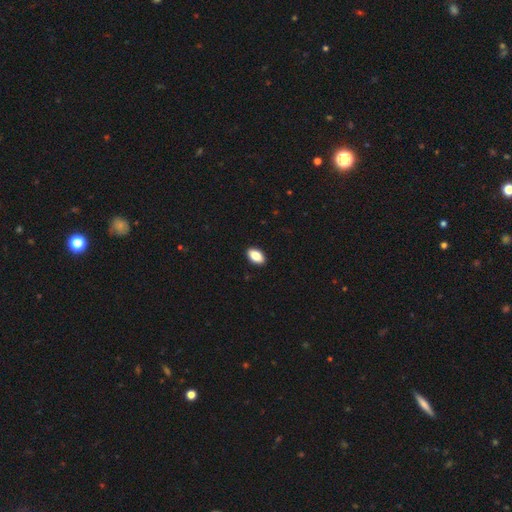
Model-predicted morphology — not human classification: smooth-or-featured: smooth: 84% | featured or disk: 9% | star or artifact: 7%
  how-rounded: in between: 92% | round: 5% | cigar-shaped: 2%
  merging: none: 91% | minor disturbance: 6% | major disturbance: 1% | merger: 1%